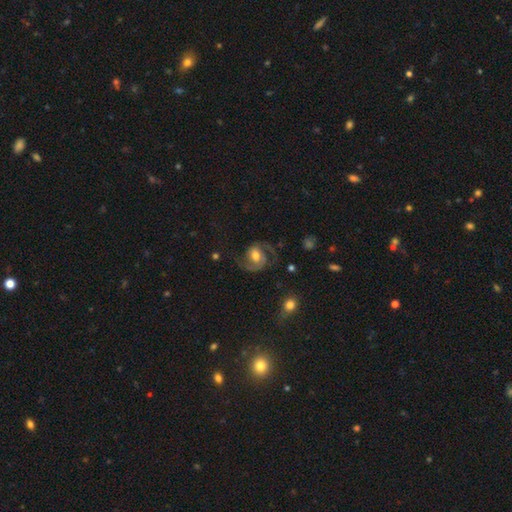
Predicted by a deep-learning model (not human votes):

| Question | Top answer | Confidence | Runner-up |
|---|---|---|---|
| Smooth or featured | featured or disk | 79% | smooth (14%) |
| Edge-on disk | no | 98% | yes (2%) |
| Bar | no | 44% | weak (40%) |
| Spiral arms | yes | 95% | no (5%) |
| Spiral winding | medium | 54% | loose (28%) |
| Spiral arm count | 2 | 91% | 1 (3%) |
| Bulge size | moderate | 65% | large (20%) |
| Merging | none | 68% | minor disturbance (16%) |